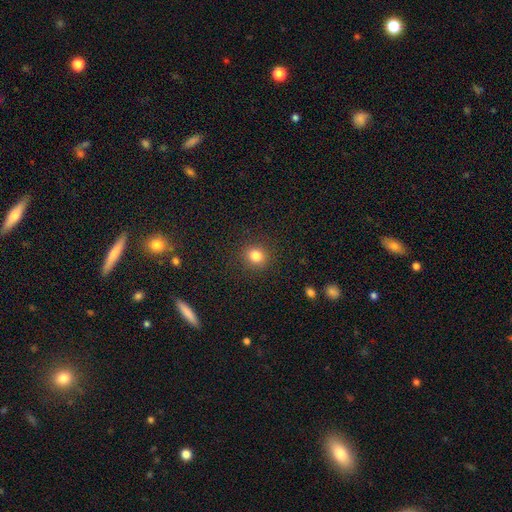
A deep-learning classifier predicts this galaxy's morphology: smooth_or_featured: smooth (p=0.82) [alt: star or artifact p=0.12]
how_rounded: round (p=0.78) [alt: in between p=0.21]
merging: none (p=0.90) [alt: minor disturbance p=0.07]